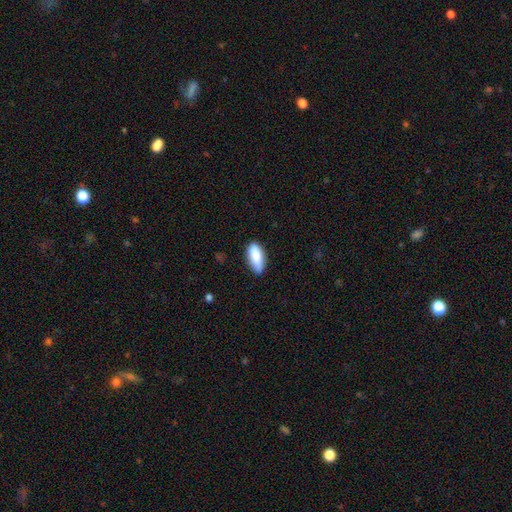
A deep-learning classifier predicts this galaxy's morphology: Q: Smooth or featured?
A: smooth (86%); runner-up: featured or disk (8%)
Q: How rounded?
A: in between (82%); runner-up: cigar-shaped (16%)
Q: Merging?
A: none (78%); runner-up: minor disturbance (18%)